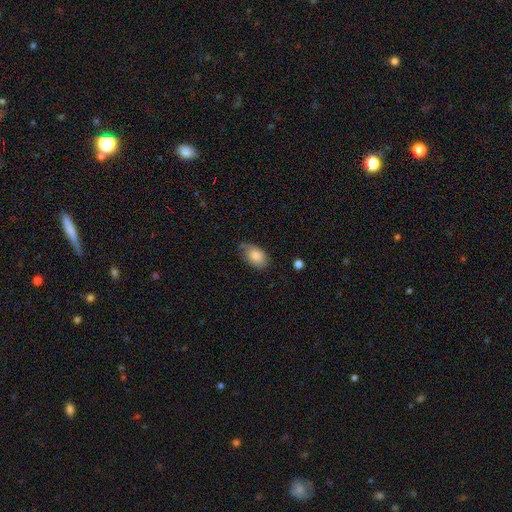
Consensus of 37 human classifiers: This appears to be a smooth galaxy with no disk features (89%) that is in between round and cigar-shaped (91%). Merging: minor disturbance (50%).